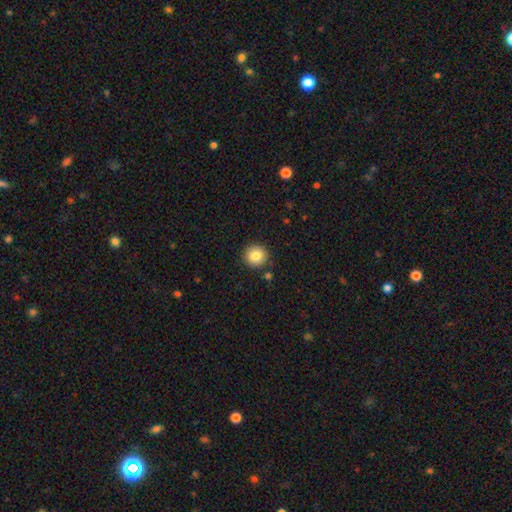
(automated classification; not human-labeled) smooth_or_featured: smooth (p=0.83) [alt: star or artifact p=0.09]
how_rounded: round (p=0.95) [alt: in between p=0.04]
merging: none (p=0.88) [alt: minor disturbance p=0.07]